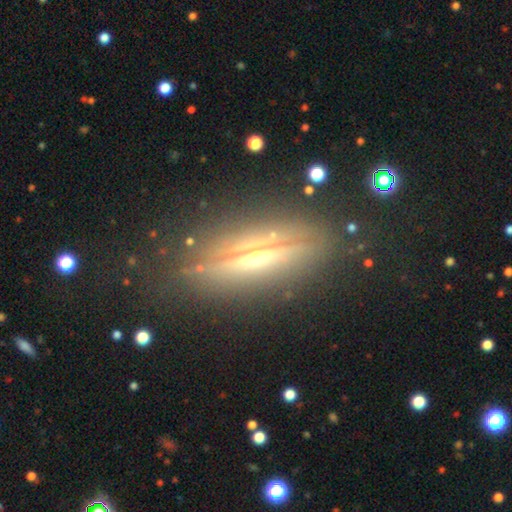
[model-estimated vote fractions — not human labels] Smooth or featured: featured or disk — 79% (smooth — 12%)
Edge-on disk: yes — 92% (no — 8%)
Edge-on bulge: rounded — 84% (none — 10%)
Merging: none — 80% (minor disturbance — 12%)